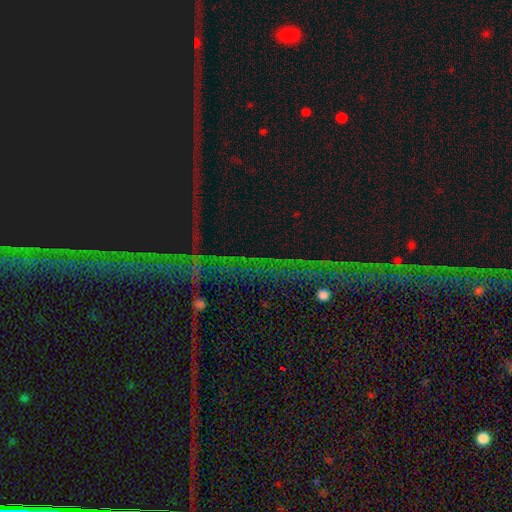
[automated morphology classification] Smooth or featured: star or artifact — 83% (featured or disk — 9%)